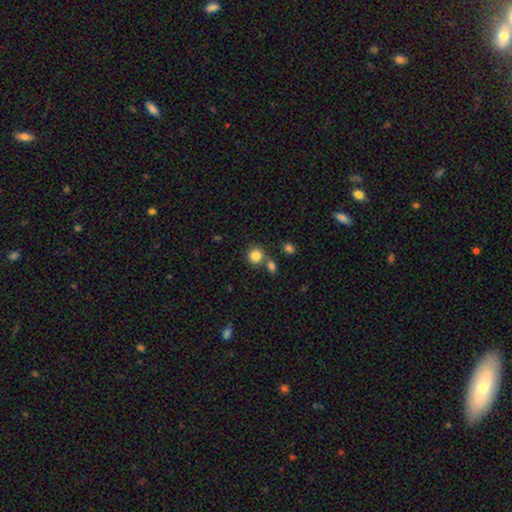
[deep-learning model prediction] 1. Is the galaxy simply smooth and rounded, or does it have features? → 83% smooth, 10% star or artifact, 6% featured or disk.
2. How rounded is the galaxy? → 88% round, 11% in between, 1% cigar-shaped.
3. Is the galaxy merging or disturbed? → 69% none, 18% merger, 9% minor disturbance, 3% major disturbance.